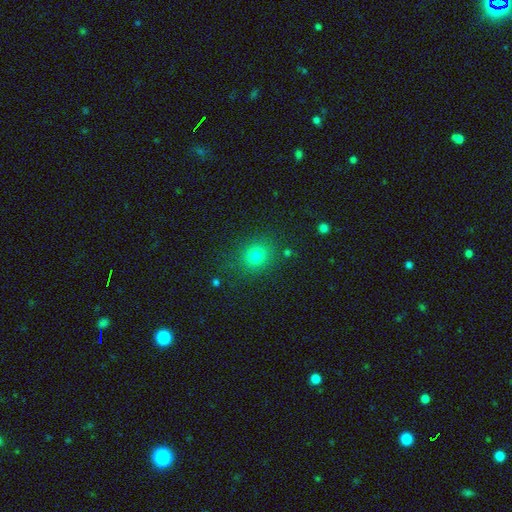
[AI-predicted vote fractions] smooth 79%, star or artifact 15%, featured or disk 6%. Down the decision tree: how rounded — round (79%); merging — none (82%).